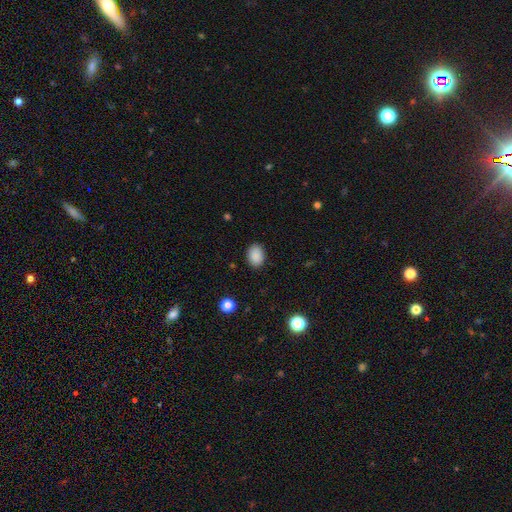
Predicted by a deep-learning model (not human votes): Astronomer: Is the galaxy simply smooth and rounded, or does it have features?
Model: smooth — 89%.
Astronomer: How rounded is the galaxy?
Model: in between — 74%.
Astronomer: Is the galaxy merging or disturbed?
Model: none — 87%.